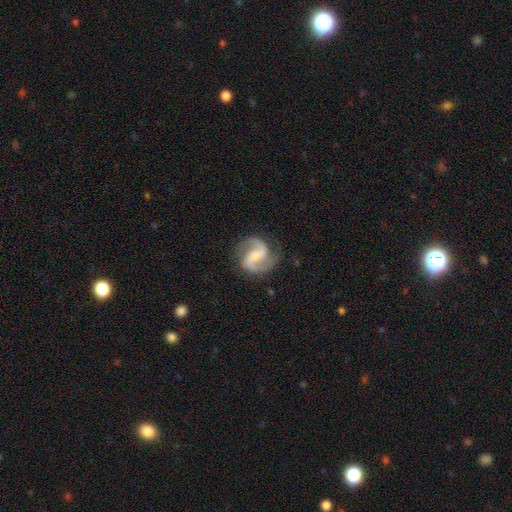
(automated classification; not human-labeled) smooth_or_featured: featured or disk (p=0.90) [alt: smooth p=0.06]
disk_edge_on: no (p=0.98) [alt: yes p=0.02]
bar: weak (p=0.47) [alt: no p=0.30]
has_spiral_arms: yes (p=0.98) [alt: no p=0.02]
spiral_winding: medium (p=0.59) [alt: loose p=0.24]
spiral_arm_count: 2 (p=0.93) [alt: can't tell p=0.02]
bulge_size: small (p=0.41) [alt: moderate p=0.32]
merging: none (p=0.80) [alt: minor disturbance p=0.13]